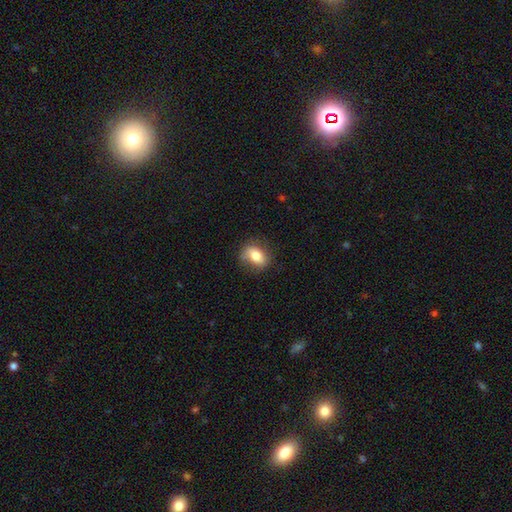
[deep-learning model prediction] smooth_or_featured: smooth (p=0.75) [alt: featured or disk p=0.17]
how_rounded: in between (p=0.72) [alt: round p=0.25]
merging: none (p=0.68) [alt: minor disturbance p=0.23]